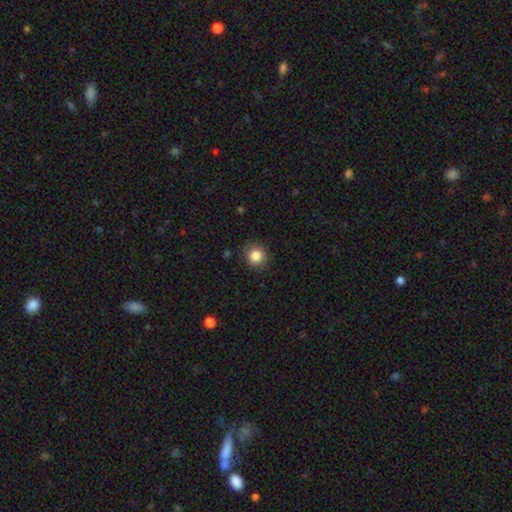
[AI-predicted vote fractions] Smooth or featured? smooth (85%)
How rounded? round (88%)
Merging? none (86%)